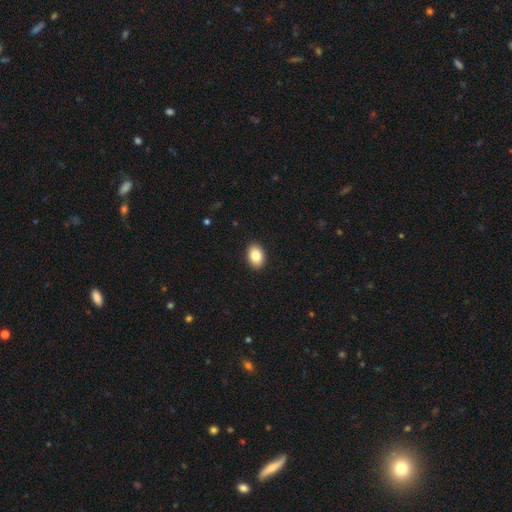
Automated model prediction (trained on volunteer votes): Overall: smooth (84%). How rounded: in between (84%). Merging: none (91%).